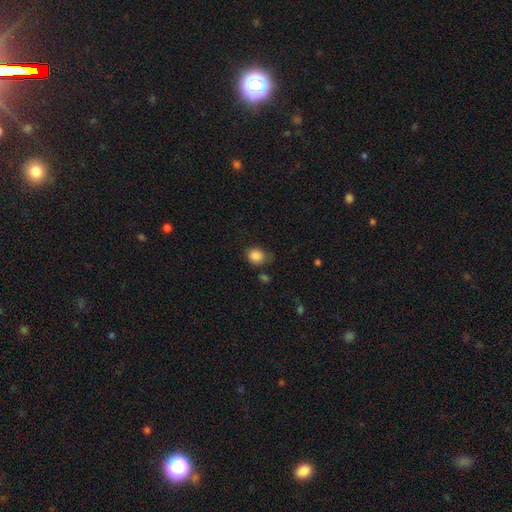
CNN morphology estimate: Smooth or featured?
  - smooth: 86% *
  - star or artifact: 10%
  - featured or disk: 4%
How rounded?
  - round: 73% *
  - in between: 26%
  - cigar-shaped: 1%
Merging?
  - none: 64% *
  - minor disturbance: 26%
  - major disturbance: 7%
  - merger: 4%